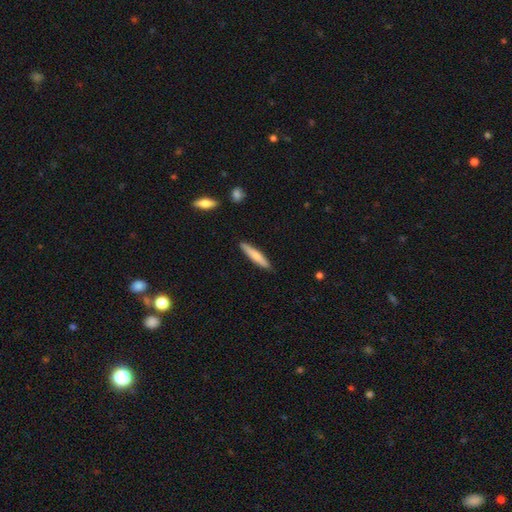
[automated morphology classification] Overall: smooth (67%; featured or disk 27%). How rounded: cigar-shaped (89%). Merging: none (88%).